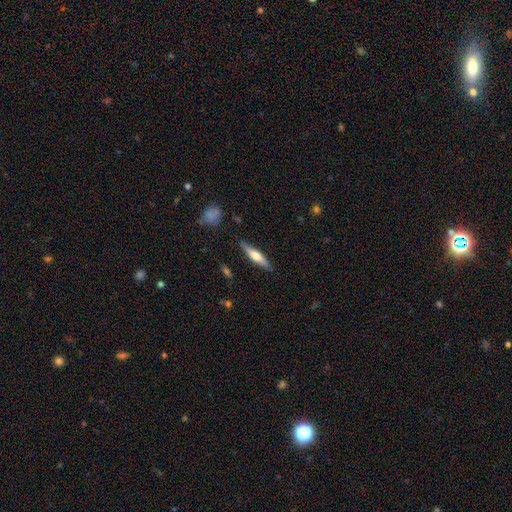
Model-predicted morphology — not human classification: Smooth or featured? smooth (51%)
How rounded? cigar-shaped (81%)
Merging? none (86%)